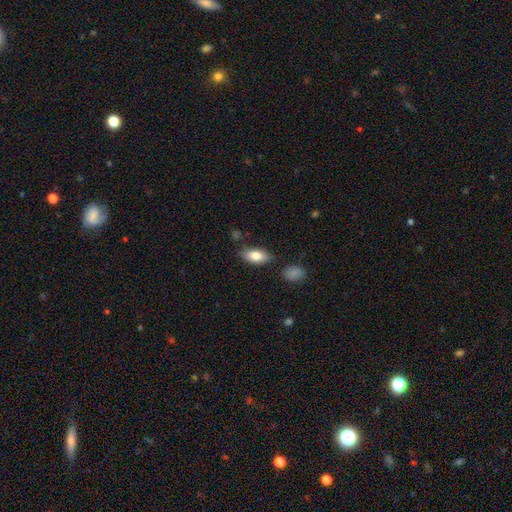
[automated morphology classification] smooth_or_featured: smooth (p=0.80) [alt: featured or disk p=0.13]
how_rounded: in between (p=0.89) [alt: cigar-shaped p=0.07]
merging: none (p=0.79) [alt: minor disturbance p=0.15]